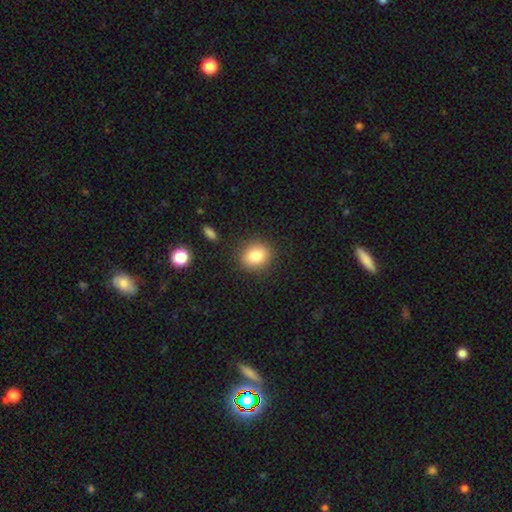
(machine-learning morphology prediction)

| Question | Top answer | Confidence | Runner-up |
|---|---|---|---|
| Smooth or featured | smooth | 83% | star or artifact (10%) |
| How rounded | round | 72% | in between (27%) |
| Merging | none | 88% | minor disturbance (8%) |